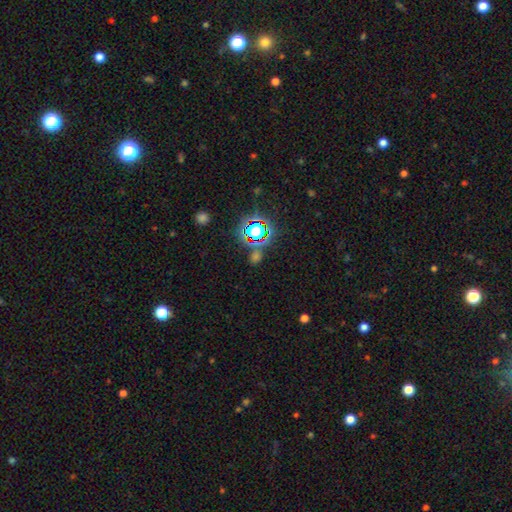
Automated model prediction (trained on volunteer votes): Smooth or featured: star or artifact — 59% (smooth — 32%)